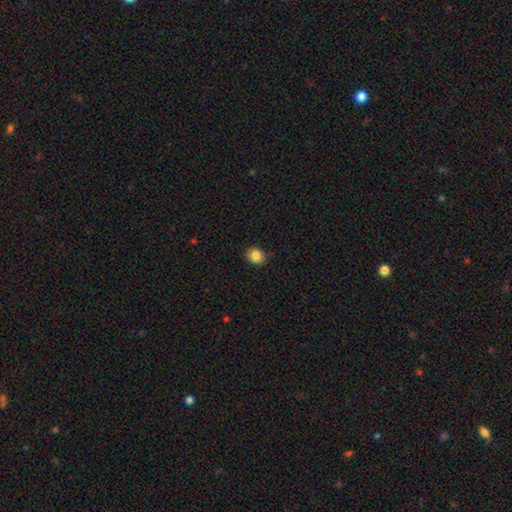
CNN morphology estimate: This is clearly a smooth galaxy (85%). How rounded: likely round (69%). Merging: clearly none (87%).